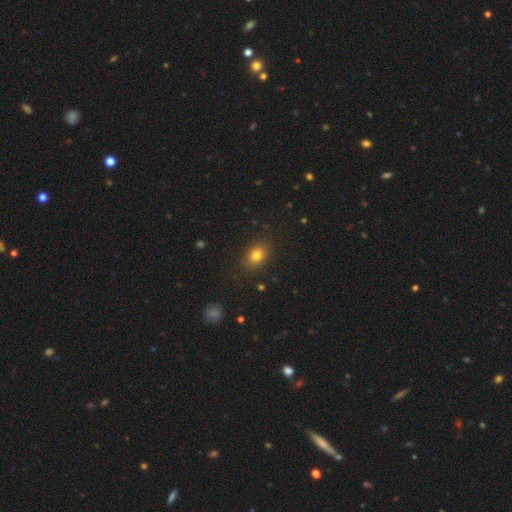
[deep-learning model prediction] smooth_or_featured: smooth (p=0.80) [alt: star or artifact p=0.12]
how_rounded: in between (p=0.63) [alt: round p=0.36]
merging: none (p=0.85) [alt: minor disturbance p=0.11]